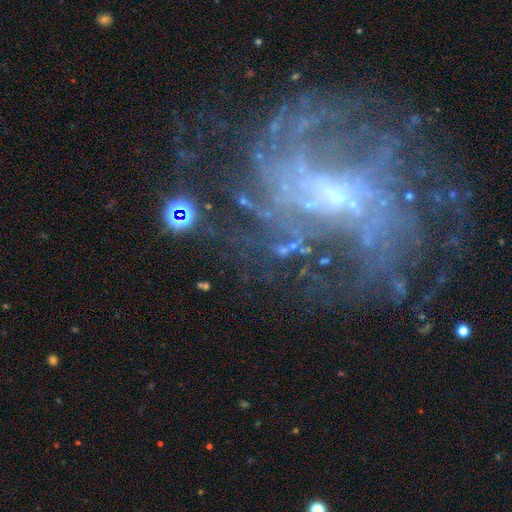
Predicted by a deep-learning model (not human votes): Smooth or featured? featured or disk (81%)
Edge-on disk? no (97%)
Bar? weak (49%)
Spiral arms? yes (85%)
Spiral winding? medium (39%)
Spiral arm count? can't tell (41%)
Bulge size? small (58%)
Merging? none (58%)